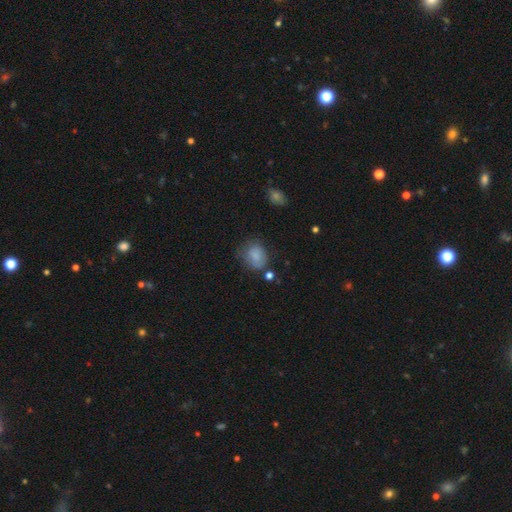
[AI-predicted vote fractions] Morphology: type=smooth (79%); roundness=round (51%); merging=none (56%).